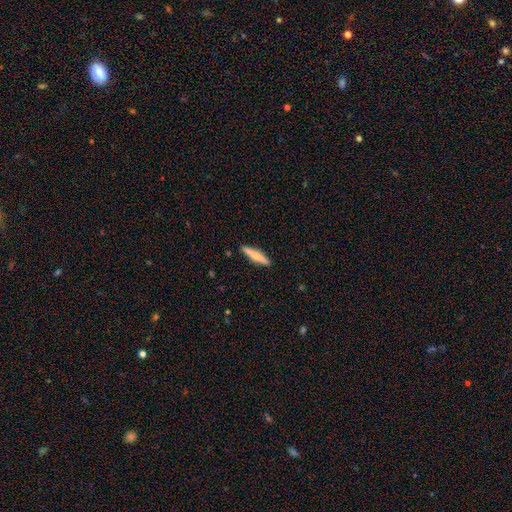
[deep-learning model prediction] Overall: smooth (55%; featured or disk 39%). How rounded: cigar-shaped (87%). Merging: none (90%).